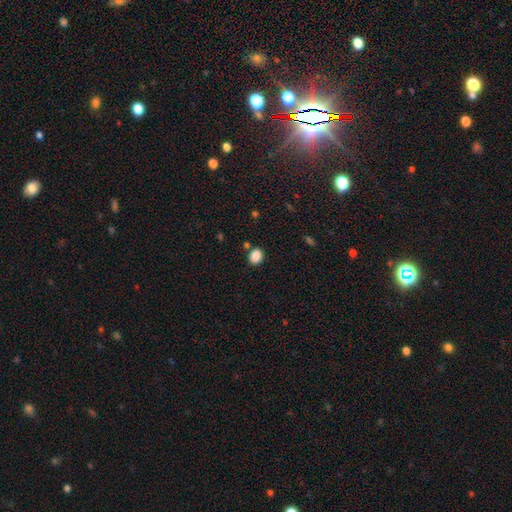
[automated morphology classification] smooth-or-featured: smooth: 87% | star or artifact: 10% | featured or disk: 3%
  how-rounded: in between: 54% | round: 45% | cigar-shaped: 1%
  merging: none: 80% | minor disturbance: 11% | merger: 6% | major disturbance: 3%